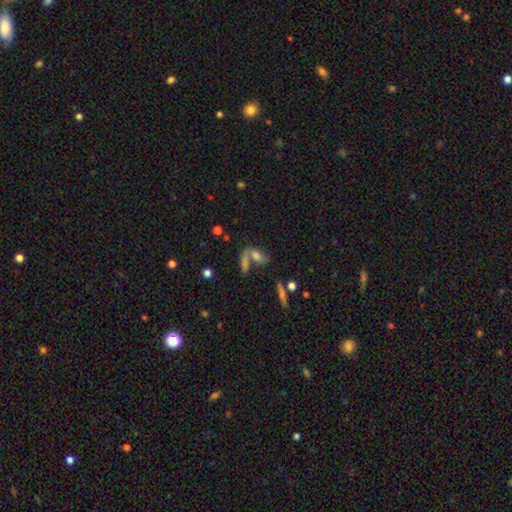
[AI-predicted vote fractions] This is possibly a smooth galaxy (51%). How rounded: likely in between (73%). Merging: marginally merger (42%).